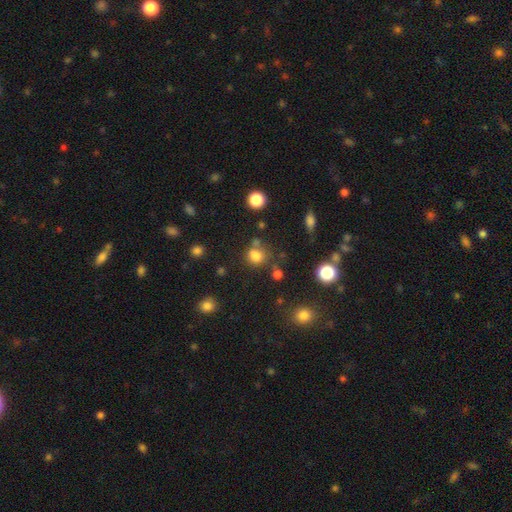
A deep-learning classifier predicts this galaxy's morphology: Overall: smooth (75%). How rounded: round (72%). Merging: none (56%; merger 22%).